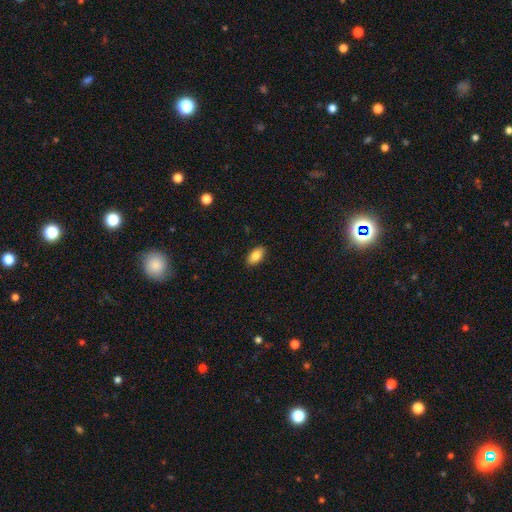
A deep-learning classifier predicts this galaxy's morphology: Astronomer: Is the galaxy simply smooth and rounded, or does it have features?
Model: smooth — 86%.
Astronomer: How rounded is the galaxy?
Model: in between — 93%.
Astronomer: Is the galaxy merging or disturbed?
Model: none — 89%.